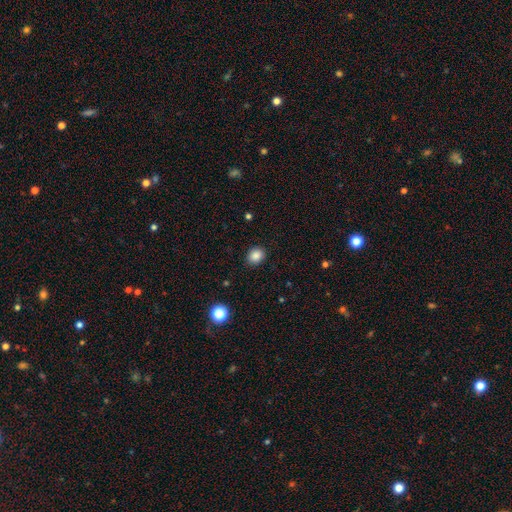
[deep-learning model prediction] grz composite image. It shows a smooth galaxy with no disk features (86%) that is round (67%). Merging: none (90%).